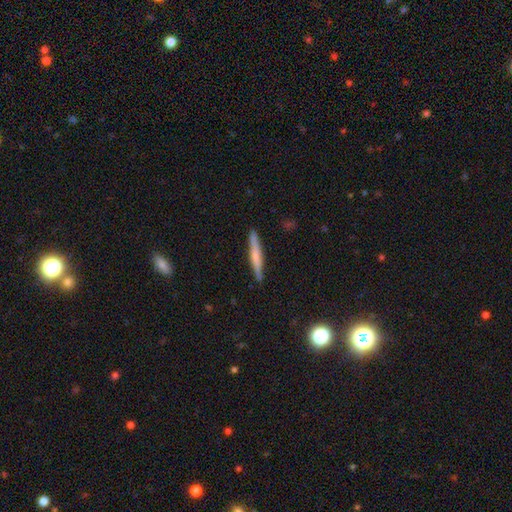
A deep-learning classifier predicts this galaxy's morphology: Q: Smooth or featured?
A: smooth (47%); tied with: featured or disk (47%)
Q: Merging?
A: none (89%); runner-up: minor disturbance (8%)